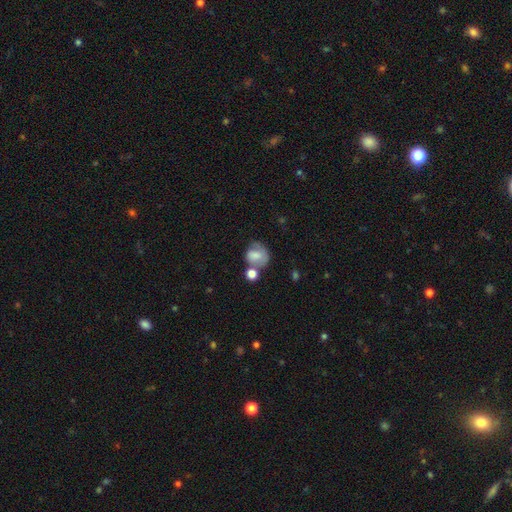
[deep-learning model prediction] Smooth or featured?
  - smooth: 67% *
  - featured or disk: 24%
  - star or artifact: 10%
How rounded?
  - round: 60% *
  - in between: 38%
  - cigar-shaped: 1%
Merging?
  - none: 37% *
  - minor disturbance: 23%
  - merger: 23%
  - major disturbance: 17%